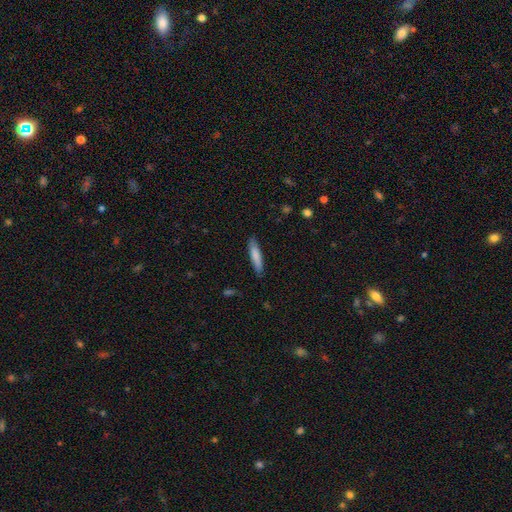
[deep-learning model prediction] The model was most divided on "smooth or featured": smooth: 79%, featured or disk: 15%, star or artifact: 6%. More confident: merging — none (85%); how rounded — cigar-shaped (84%).